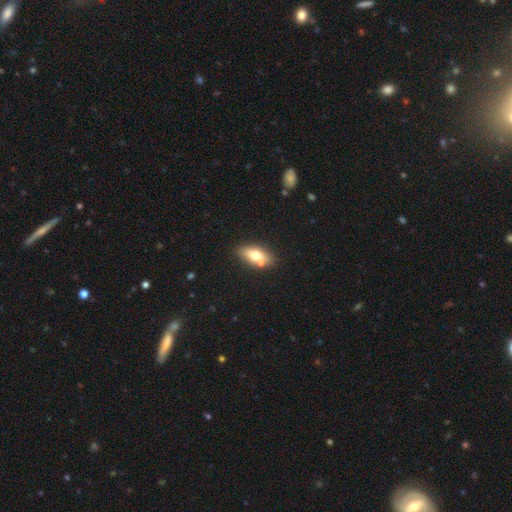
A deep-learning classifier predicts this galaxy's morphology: A smooth galaxy with no disk features (67%) that is in between round and cigar-shaped (83%).

Vote fractions:
- Smooth or featured? smooth: 67% / featured or disk: 25% / star or artifact: 8%
- How rounded? in between: 83% / cigar-shaped: 11% / round: 6%
- Merging? none: 70% / merger: 14% / minor disturbance: 13% / major disturbance: 3%